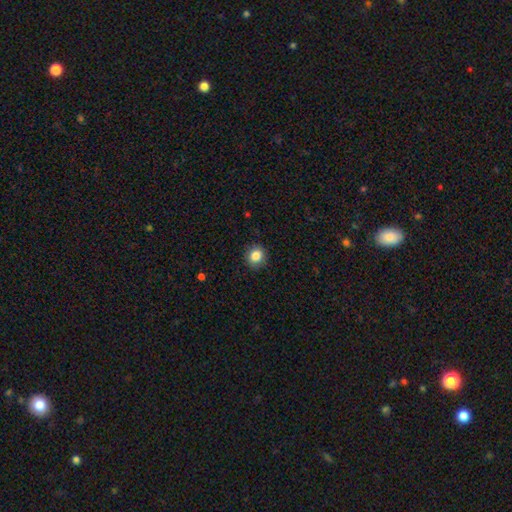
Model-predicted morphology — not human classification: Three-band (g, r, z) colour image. It shows a smooth galaxy with no disk features (85%) that is round (85%). Merging: none (89%).